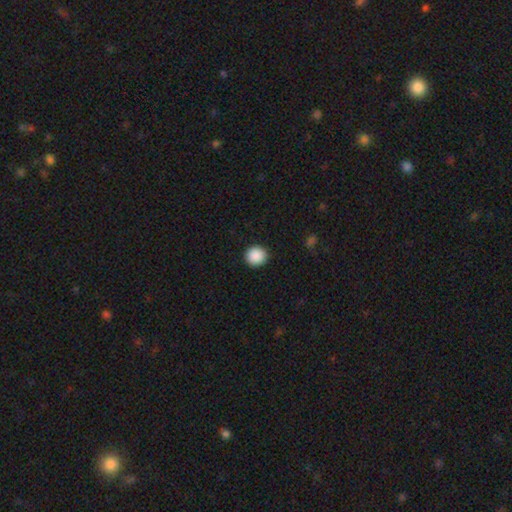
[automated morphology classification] smooth-or-featured: smooth: 90% | star or artifact: 8% | featured or disk: 2%
  how-rounded: round: 93% | in between: 6% | cigar-shaped: 1%
  merging: none: 92% | minor disturbance: 5% | major disturbance: 2% | merger: 1%